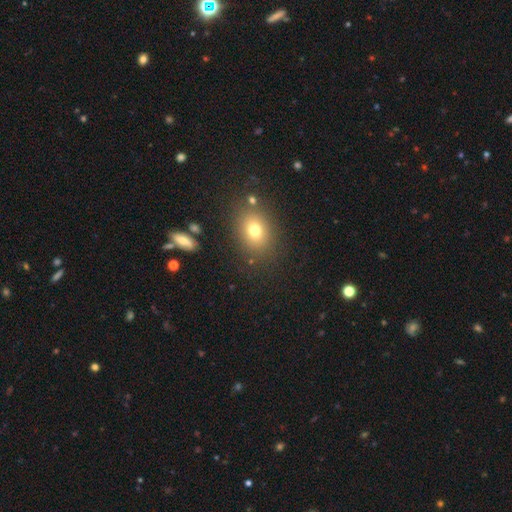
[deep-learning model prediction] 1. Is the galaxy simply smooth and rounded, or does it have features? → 64% smooth, 26% star or artifact, 10% featured or disk.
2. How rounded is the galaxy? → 52% round, 47% in between, 1% cigar-shaped.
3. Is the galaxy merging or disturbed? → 85% none, 8% minor disturbance, 3% merger, 3% major disturbance.